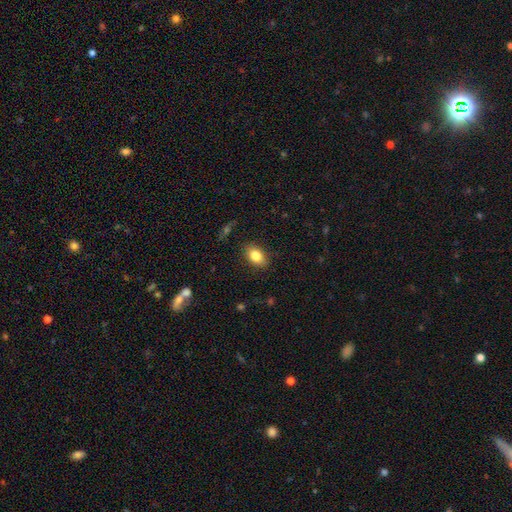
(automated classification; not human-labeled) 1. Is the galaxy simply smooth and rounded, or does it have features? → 83% smooth, 9% featured or disk, 8% star or artifact.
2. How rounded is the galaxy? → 84% in between, 15% round, 2% cigar-shaped.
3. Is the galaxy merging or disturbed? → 85% none, 11% minor disturbance, 3% major disturbance, 1% merger.